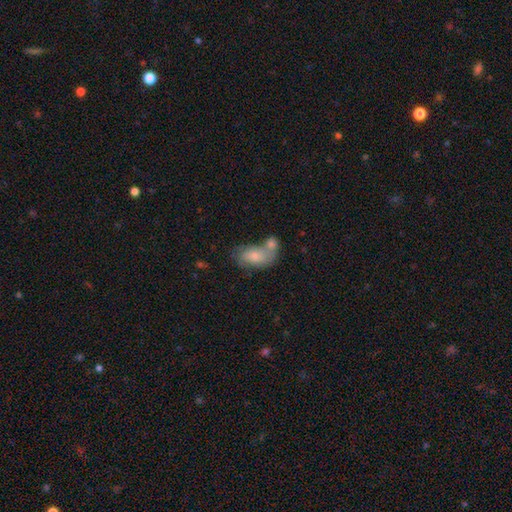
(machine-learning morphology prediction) Q: Smooth or featured?
A: smooth (66%); runner-up: featured or disk (27%)
Q: How rounded?
A: in between (89%); runner-up: round (8%)
Q: Merging?
A: merger (51%); runner-up: none (27%)